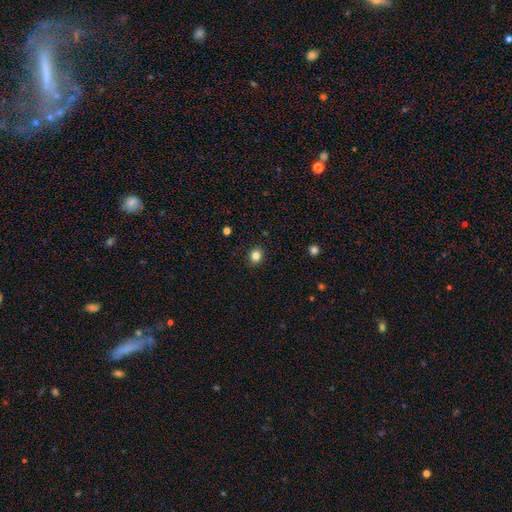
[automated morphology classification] smooth_or_featured: smooth (p=0.83) [alt: star or artifact p=0.11]
how_rounded: round (p=0.67) [alt: in between p=0.32]
merging: none (p=0.90) [alt: minor disturbance p=0.07]